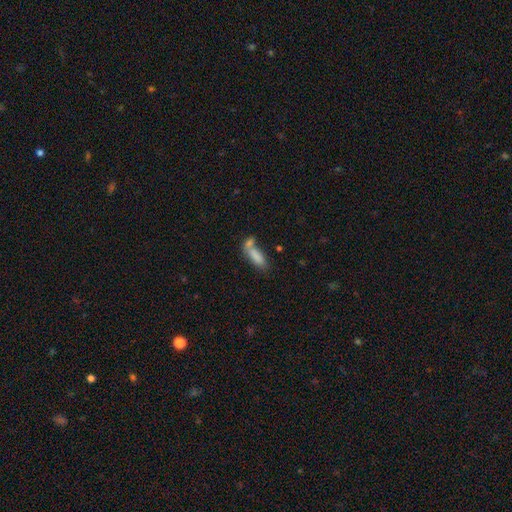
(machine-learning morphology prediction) Smooth or featured?
  - smooth: 81% *
  - featured or disk: 11%
  - star or artifact: 8%
How rounded?
  - in between: 61% *
  - cigar-shaped: 37%
  - round: 2%
Merging?
  - merger: 44% *
  - none: 37%
  - minor disturbance: 12%
  - major disturbance: 6%